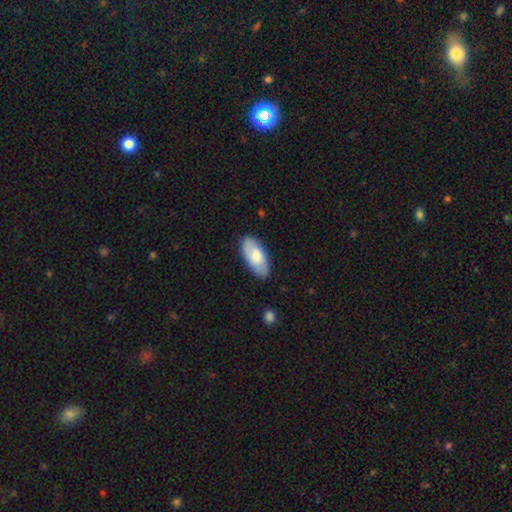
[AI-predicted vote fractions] Morphology: type=smooth (68%); roundness=in between (90%); merging=none (82%).